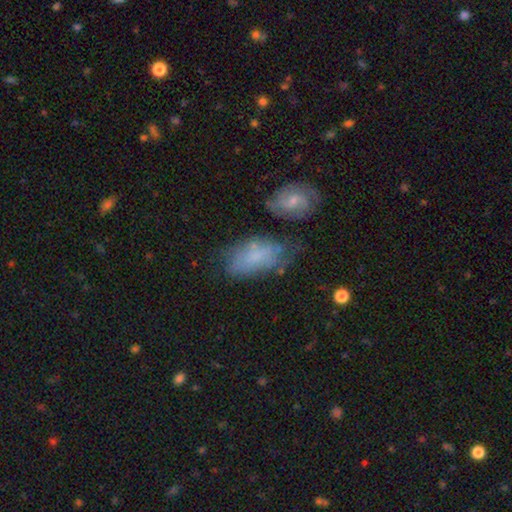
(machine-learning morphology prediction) This is possibly a smooth galaxy (57%). How rounded: clearly in between (90%). Merging: possibly none (48%).